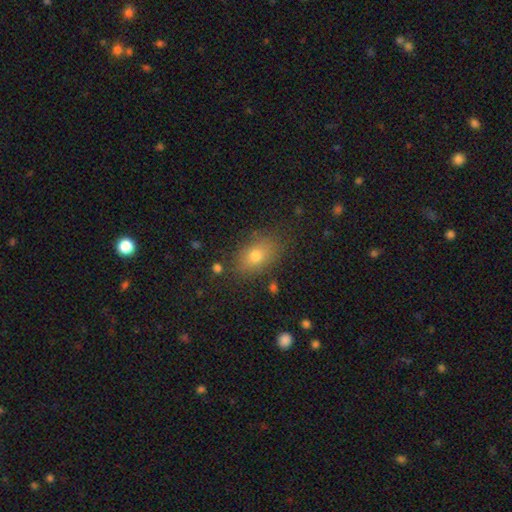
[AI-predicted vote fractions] This is likely a smooth galaxy (75%). How rounded: clearly in between (80%). Merging: clearly none (80%).